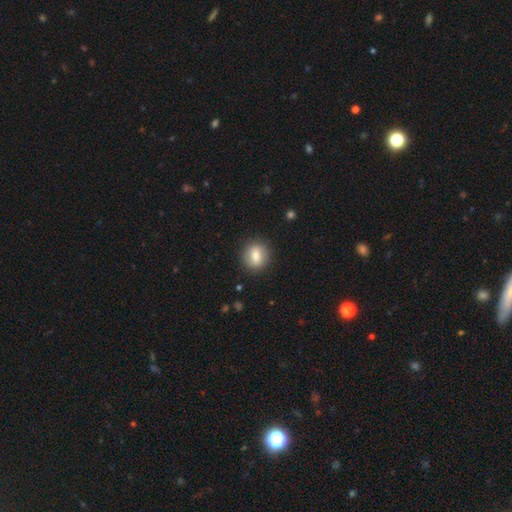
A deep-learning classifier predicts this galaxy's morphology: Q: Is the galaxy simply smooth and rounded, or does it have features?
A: smooth — 78%.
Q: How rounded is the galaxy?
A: round — 77%.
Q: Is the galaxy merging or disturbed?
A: none — 88%.